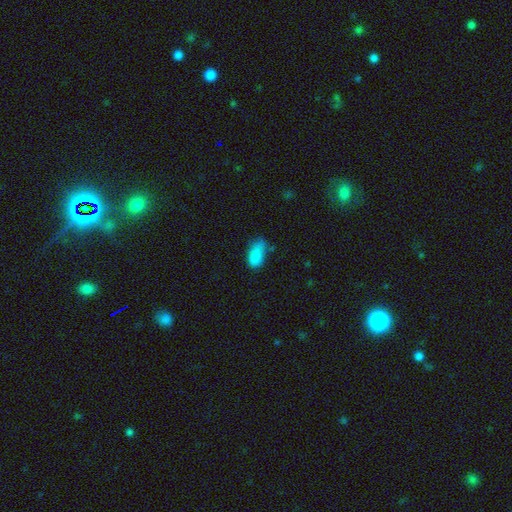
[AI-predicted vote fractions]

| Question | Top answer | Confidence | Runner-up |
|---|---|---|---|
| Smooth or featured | smooth | 83% | star or artifact (9%) |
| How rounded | in between | 91% | round (5%) |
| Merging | none | 42% | minor disturbance (36%) |